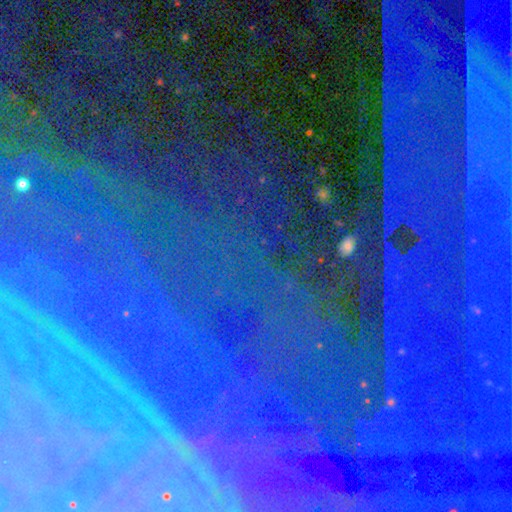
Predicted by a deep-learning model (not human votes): The model was most divided on "smooth or featured": star or artifact: 74%, featured or disk: 15%, smooth: 10%.